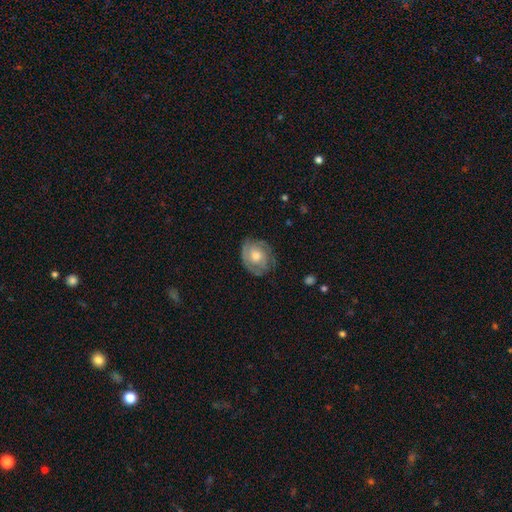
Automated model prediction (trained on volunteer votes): A featured or disk galaxy (56%) with no bar (79%), spiral arms (70%) and a moderate central bulge (65%).

Vote fractions:
- Smooth or featured? featured or disk: 56% / smooth: 37% / star or artifact: 7%
- Edge-on disk? no: 96% / yes: 4%
- Bar? no: 79% / weak: 18% / strong: 3%
- Spiral arms? yes: 70% / no: 30%
- Bulge size? moderate: 65% / small: 16% / large: 15% / none: 2% / dominant: 1%
- Merging? none: 69% / minor disturbance: 22% / major disturbance: 8% / merger: 1%